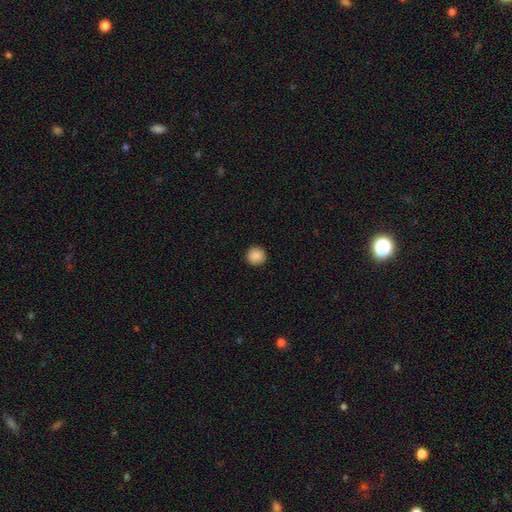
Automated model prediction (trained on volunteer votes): This appears to be a smooth galaxy with no disk features (89%) that is round (95%). Merging: none (93%).